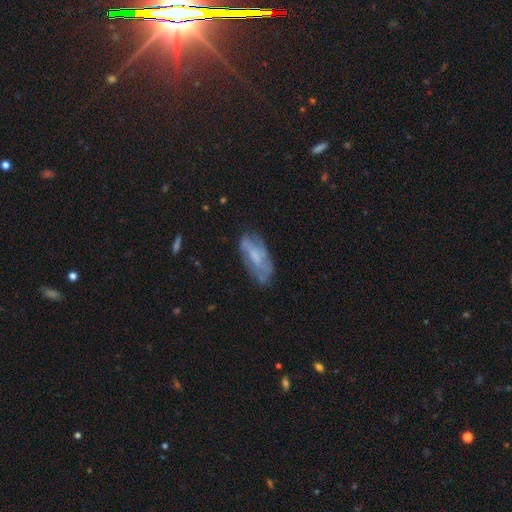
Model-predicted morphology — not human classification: featured or disk 58%, smooth 34%, star or artifact 8%. Down the decision tree: edge-on disk — no (90%); bar — no (55%); spiral arms — yes (67%); bulge size — small (36%); merging — none (63%).